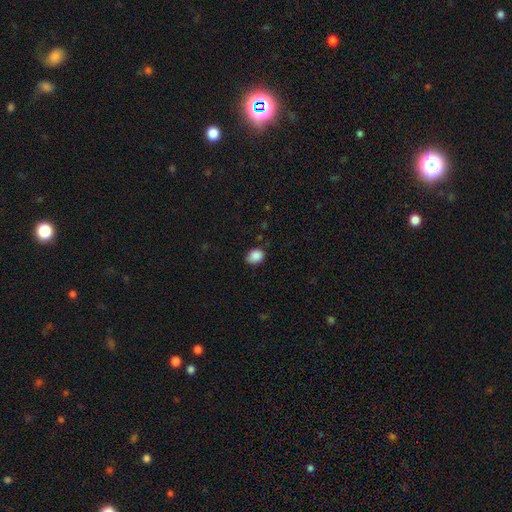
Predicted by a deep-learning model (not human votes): This appears to be a smooth galaxy with no disk features (88%) that is in between round and cigar-shaped (60%). Merging: none (74%).